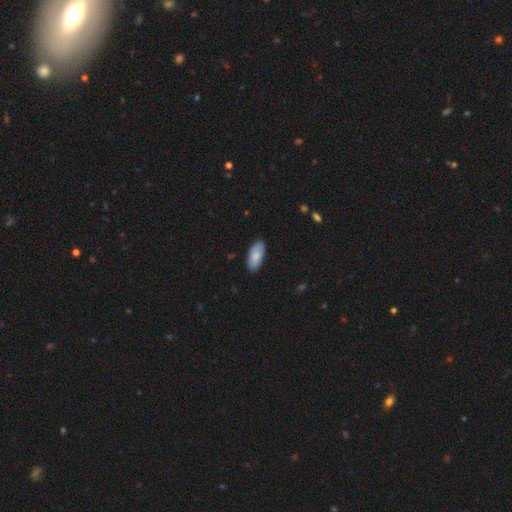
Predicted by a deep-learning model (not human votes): smooth 85%, featured or disk 10%, star or artifact 6%. Down the decision tree: how rounded — in between (89%); merging — none (88%).